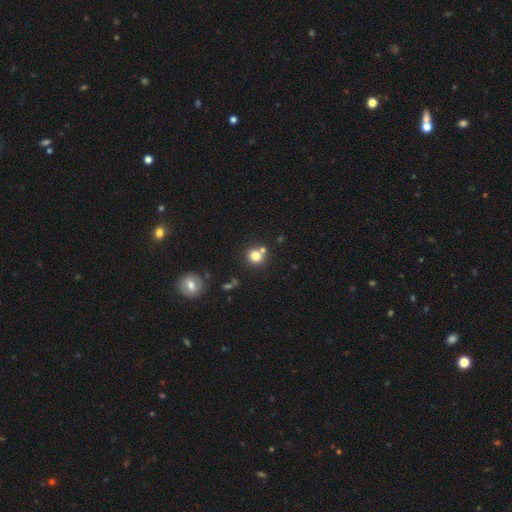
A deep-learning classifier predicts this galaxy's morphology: smooth_or_featured: smooth (p=0.78) [alt: star or artifact p=0.13]
how_rounded: round (p=0.90) [alt: in between p=0.09]
merging: none (p=0.68) [alt: merger p=0.21]